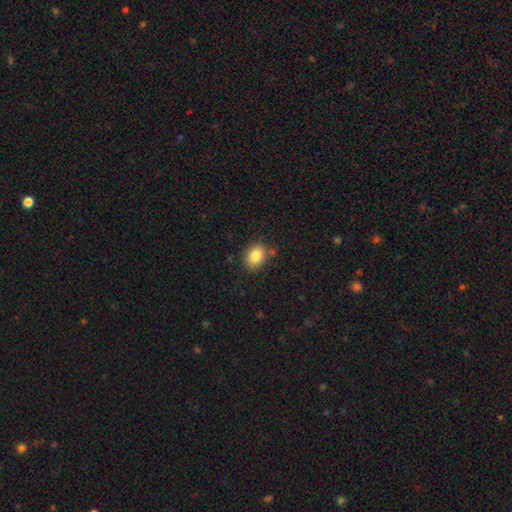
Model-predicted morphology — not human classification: Smooth or featured: smooth — 85% (star or artifact — 9%)
How rounded: in between — 63% (round — 36%)
Merging: none — 80% (minor disturbance — 13%)